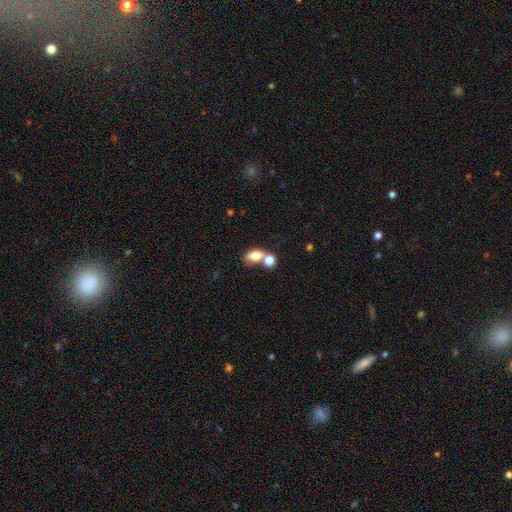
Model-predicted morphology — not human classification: Smooth or featured: smooth — 76% (featured or disk — 13%)
How rounded: in between — 78% (round — 20%)
Merging: merger — 48% (none — 36%)